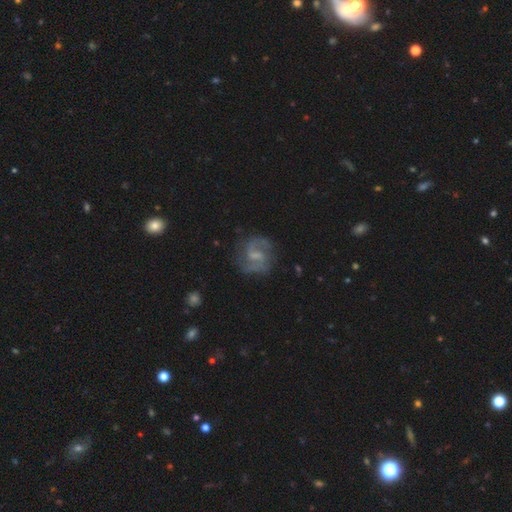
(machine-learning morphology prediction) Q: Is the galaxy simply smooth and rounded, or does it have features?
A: featured or disk — 82%.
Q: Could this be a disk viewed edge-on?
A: no — 98%.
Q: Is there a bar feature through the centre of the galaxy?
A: weak — 61%.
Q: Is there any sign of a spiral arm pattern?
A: yes — 95%.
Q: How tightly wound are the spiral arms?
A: medium — 53%.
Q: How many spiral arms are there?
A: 2 — 86%.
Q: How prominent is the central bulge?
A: small — 40%.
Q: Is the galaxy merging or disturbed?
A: none — 74%.